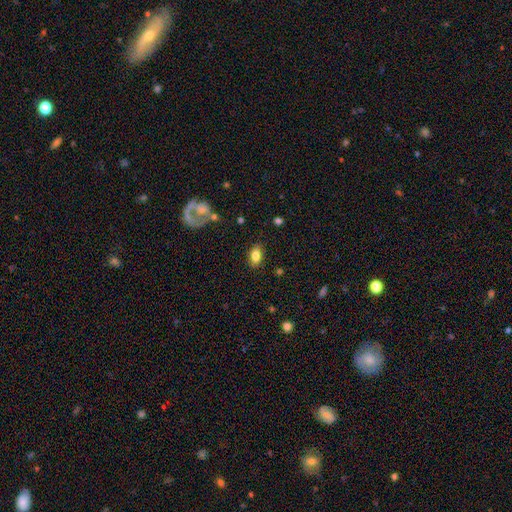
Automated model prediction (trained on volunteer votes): smooth_or_featured: smooth (p=0.80) [alt: featured or disk p=0.11]
how_rounded: in between (p=0.88) [alt: round p=0.08]
merging: none (p=0.85) [alt: minor disturbance p=0.10]